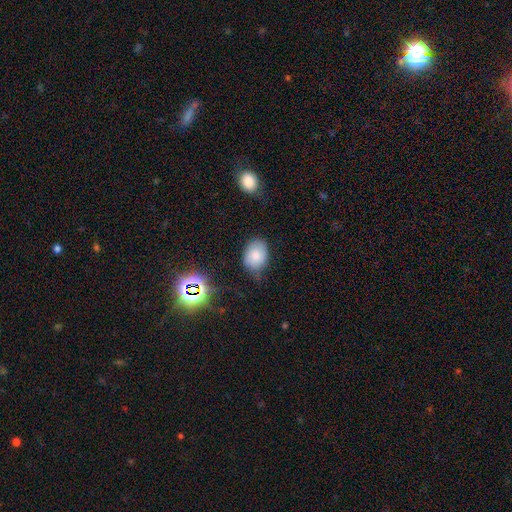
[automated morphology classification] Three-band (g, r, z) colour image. It shows a smooth galaxy with no disk features (78%) that is in between round and cigar-shaped (70%). Merging: none (69%).